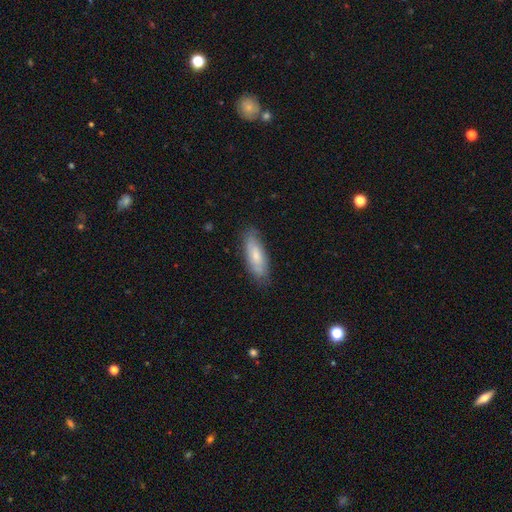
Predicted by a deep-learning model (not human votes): smooth 69%, featured or disk 25%, star or artifact 6%. Down the decision tree: how rounded — in between (61%); merging — none (77%).